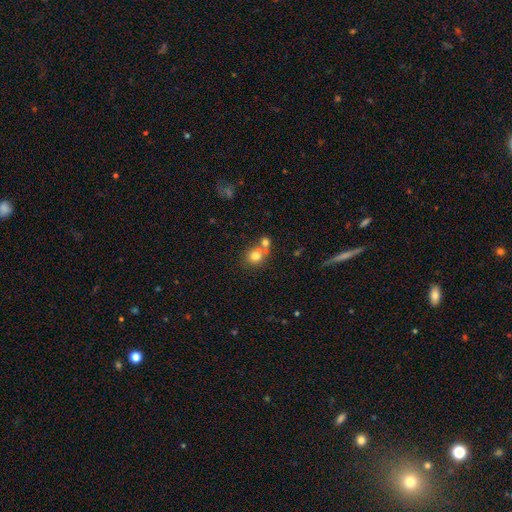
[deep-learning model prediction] Smooth or featured? smooth (77%)
How rounded? round (79%)
Merging? none (45%)